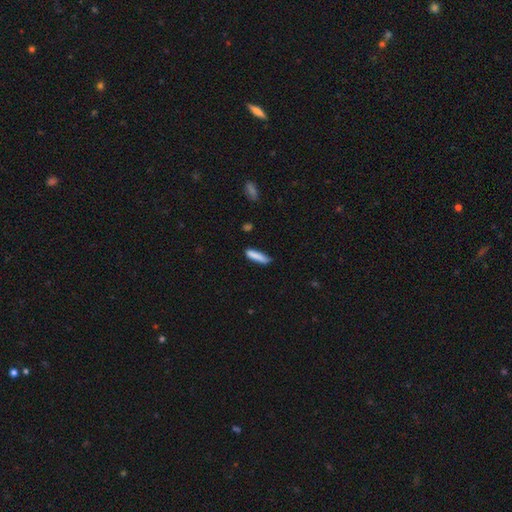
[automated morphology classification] A smooth galaxy with no disk features (84%) that is cigar-shaped (80%).

Vote fractions:
- Smooth or featured? smooth: 84% / featured or disk: 10% / star or artifact: 6%
- How rounded? cigar-shaped: 80% / in between: 19% / round: 1%
- Merging? none: 74% / minor disturbance: 19% / major disturbance: 4% / merger: 3%